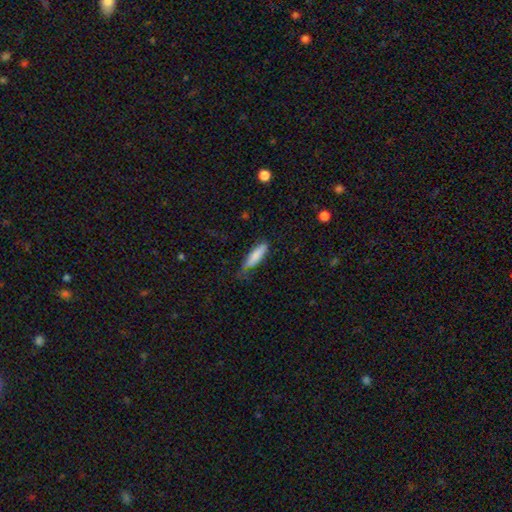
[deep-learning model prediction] Smooth or featured? smooth (80%)
How rounded? cigar-shaped (60%)
Merging? none (58%)